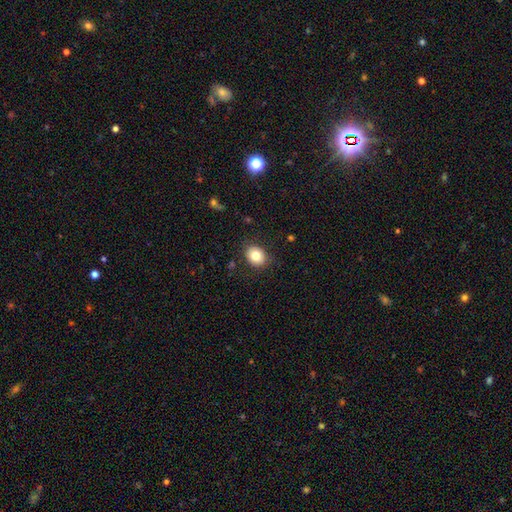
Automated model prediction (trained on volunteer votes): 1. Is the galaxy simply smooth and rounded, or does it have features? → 80% smooth, 10% featured or disk, 10% star or artifact.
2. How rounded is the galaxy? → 56% round, 44% in between, 1% cigar-shaped.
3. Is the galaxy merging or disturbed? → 87% none, 10% minor disturbance, 3% major disturbance, 1% merger.